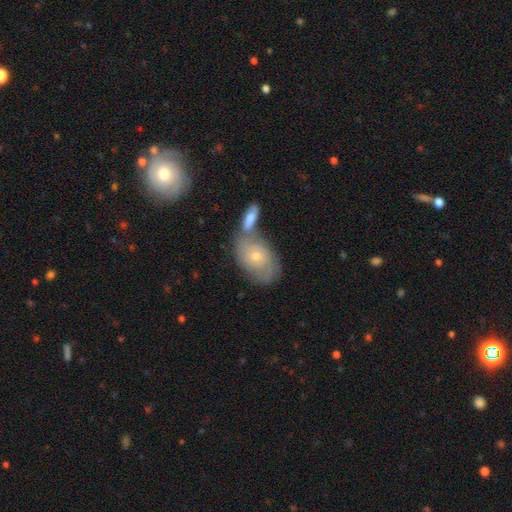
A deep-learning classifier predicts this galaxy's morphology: smooth_or_featured: featured or disk (p=0.56) [alt: smooth p=0.34]
disk_edge_on: no (p=0.93) [alt: yes p=0.07]
bar: no (p=0.81) [alt: weak p=0.16]
has_spiral_arms: yes (p=0.76) [alt: no p=0.24]
bulge_size: small (p=0.66) [alt: moderate p=0.30]
merging: none (p=0.48) [alt: merger p=0.30]